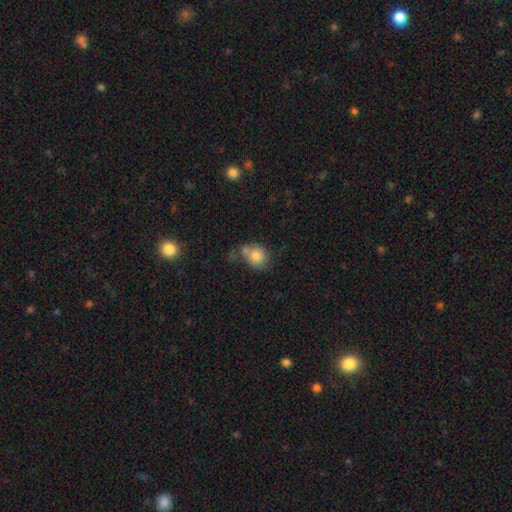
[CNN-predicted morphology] smooth 78%, featured or disk 12%, star or artifact 9%. Down the decision tree: how rounded — round (67%); merging — none (44%).